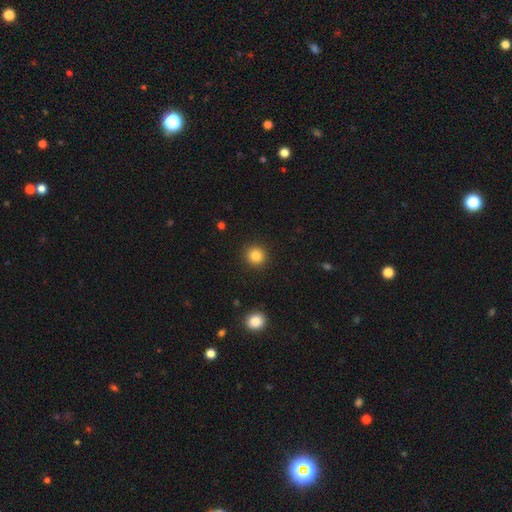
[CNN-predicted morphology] type=smooth (85%); roundness=round (93%); merging=none (91%).